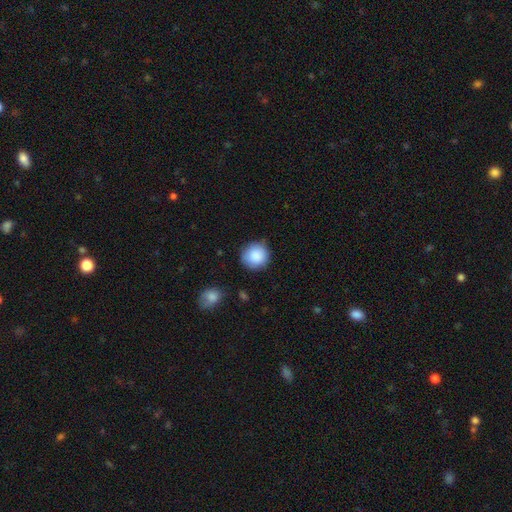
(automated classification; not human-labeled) This is clearly a smooth galaxy (88%). How rounded: clearly round (93%). Merging: clearly none (85%).